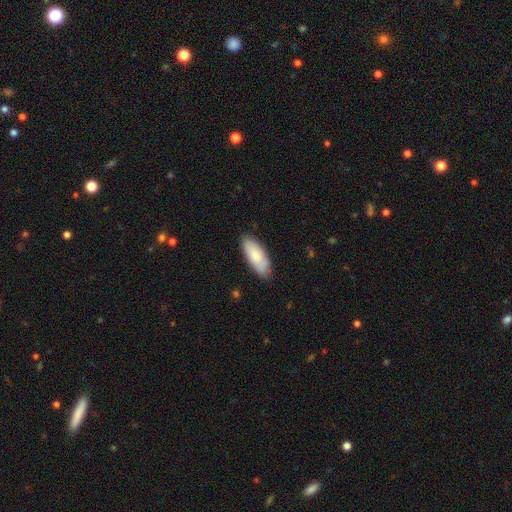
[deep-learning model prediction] Smooth or featured? Predicted: smooth (p=0.79). How rounded? Predicted: in between (p=0.79). Merging? Predicted: none (p=0.82).